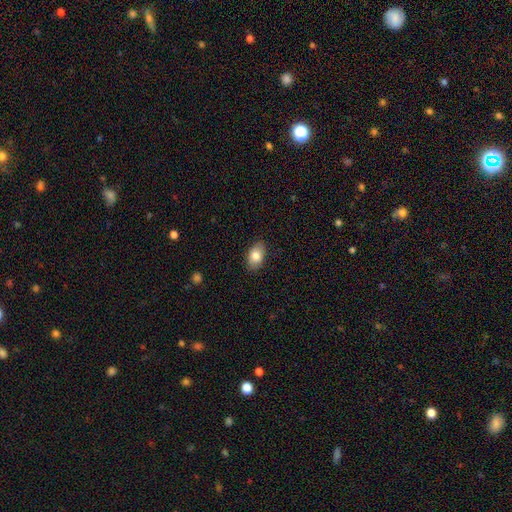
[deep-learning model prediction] The model was most divided on "smooth or featured": smooth: 83%, featured or disk: 10%, star or artifact: 7%. More confident: how rounded — in between (89%); merging — none (87%).